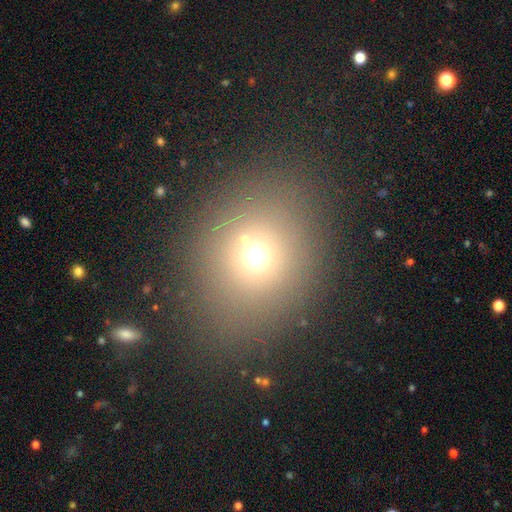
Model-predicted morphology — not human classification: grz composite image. It shows a smooth galaxy with no disk features (65%) that is round (79%). Merging: none (83%).